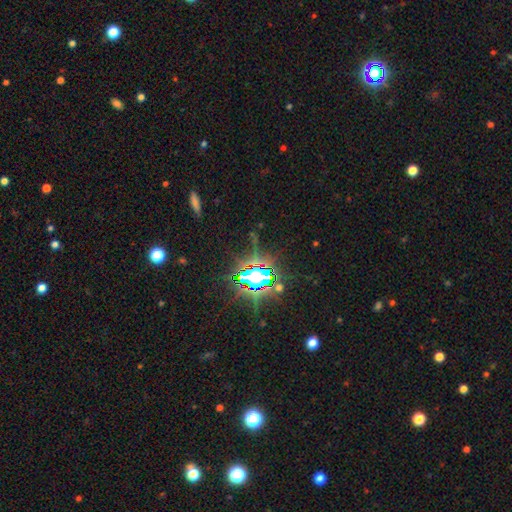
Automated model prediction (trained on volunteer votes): smooth-or-featured: star or artifact: 81% | smooth: 10% | featured or disk: 9%